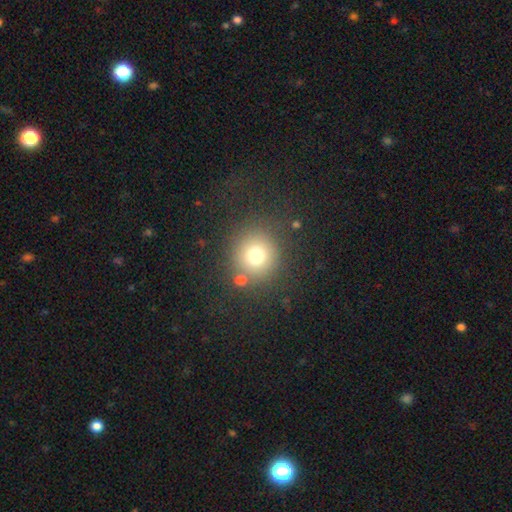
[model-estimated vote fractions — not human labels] Morphology: type=smooth (73%); roundness=round (92%); merging=none (81%).